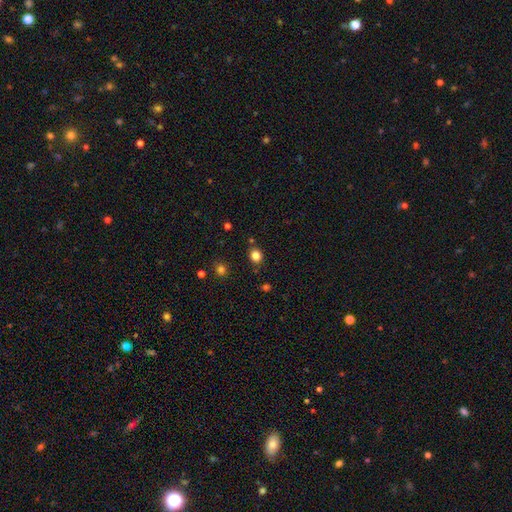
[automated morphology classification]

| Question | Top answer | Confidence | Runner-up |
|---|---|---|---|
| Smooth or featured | smooth | 82% | star or artifact (13%) |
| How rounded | round | 69% | in between (30%) |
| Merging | none | 84% | minor disturbance (9%) |